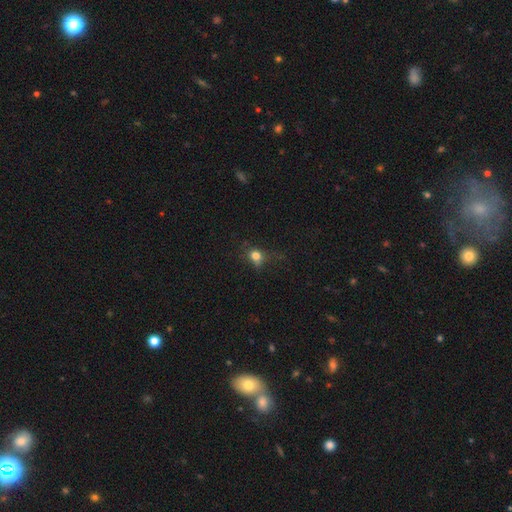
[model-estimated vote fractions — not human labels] smooth 72%, star or artifact 17%, featured or disk 10%. Down the decision tree: how rounded — round (69%); merging — none (54%).